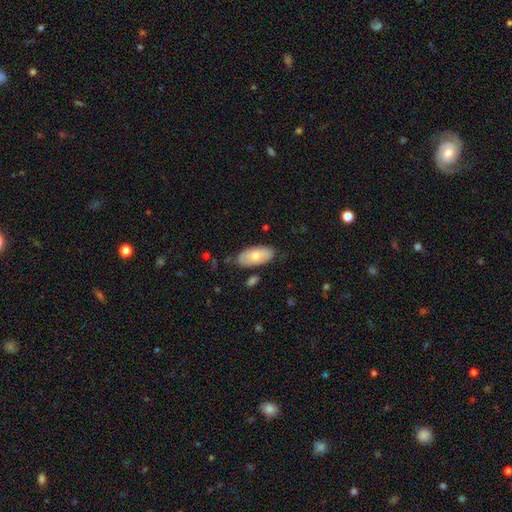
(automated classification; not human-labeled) A smooth galaxy with no disk features (64%) that is in between round and cigar-shaped (93%).

Vote fractions:
- Smooth or featured? smooth: 64% / featured or disk: 29% / star or artifact: 6%
- How rounded? in between: 93% / cigar-shaped: 4% / round: 3%
- Merging? none: 79% / minor disturbance: 15% / merger: 3% / major disturbance: 3%